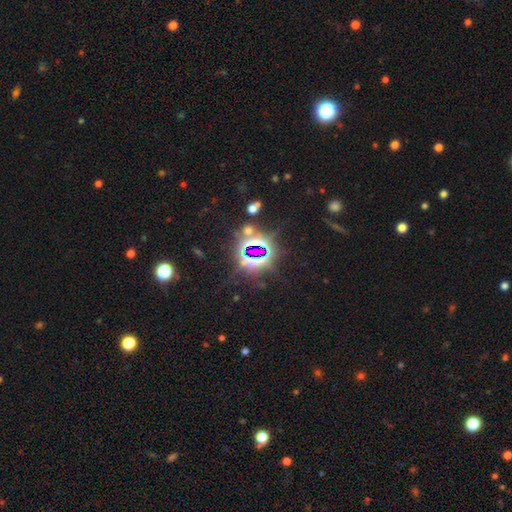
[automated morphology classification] The model was most divided on "smooth or featured": star or artifact: 82%, smooth: 9%, featured or disk: 8%.